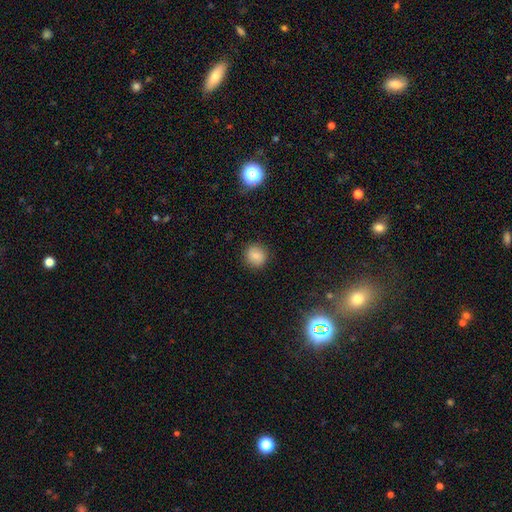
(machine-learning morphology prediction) This appears to be a smooth galaxy with no disk features (82%) that is round (89%). Merging: none (89%).